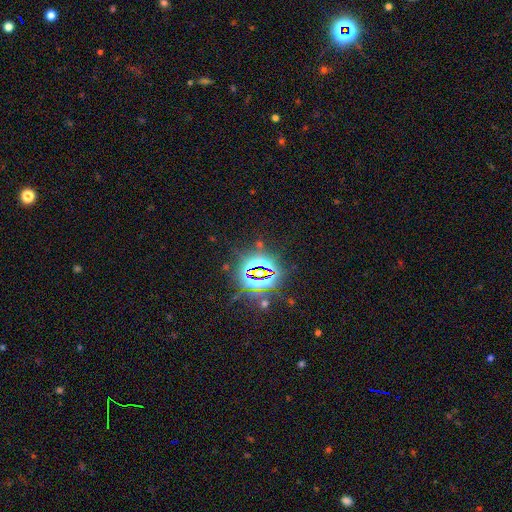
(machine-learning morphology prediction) A star or artifact, not a galaxy (83%).